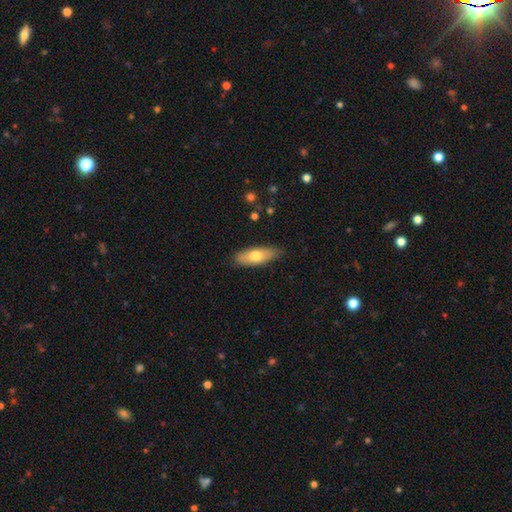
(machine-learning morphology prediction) smooth 68%, featured or disk 26%, star or artifact 6%. Down the decision tree: how rounded — in between (62%); merging — none (83%).